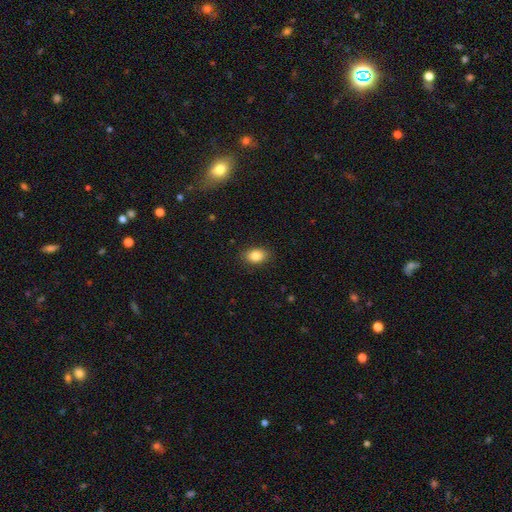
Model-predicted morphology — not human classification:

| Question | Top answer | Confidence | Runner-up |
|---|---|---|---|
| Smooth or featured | smooth | 85% | star or artifact (9%) |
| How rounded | in between | 80% | round (18%) |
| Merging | none | 87% | minor disturbance (9%) |